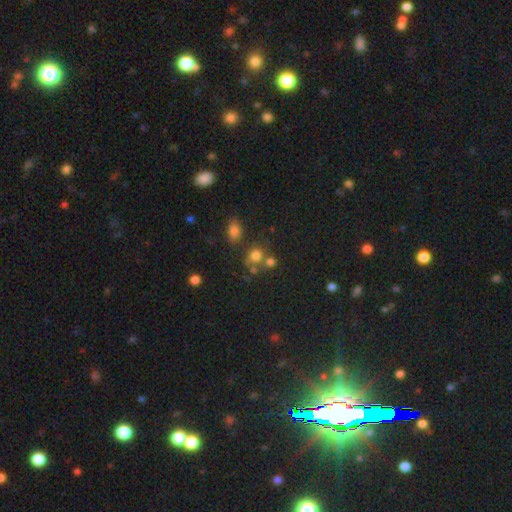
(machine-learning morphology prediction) smooth 71%, star or artifact 18%, featured or disk 11%. Down the decision tree: how rounded — round (81%); merging — none (54%).